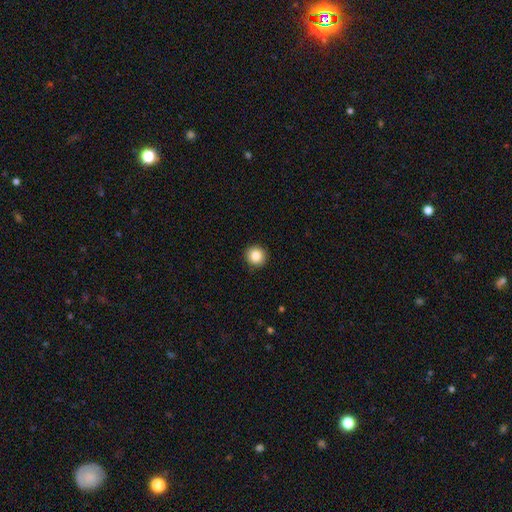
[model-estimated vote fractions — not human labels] Smooth or featured? smooth (84%)
How rounded? round (93%)
Merging? none (92%)